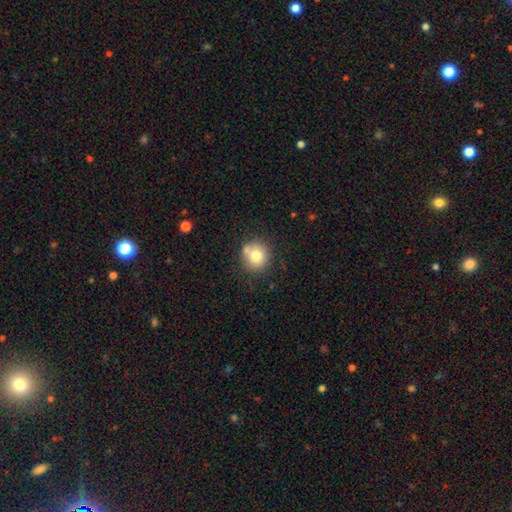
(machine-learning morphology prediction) Q: Smooth or featured?
A: smooth (75%); runner-up: featured or disk (14%)
Q: How rounded?
A: round (90%); runner-up: in between (9%)
Q: Merging?
A: none (68%); runner-up: merger (14%)